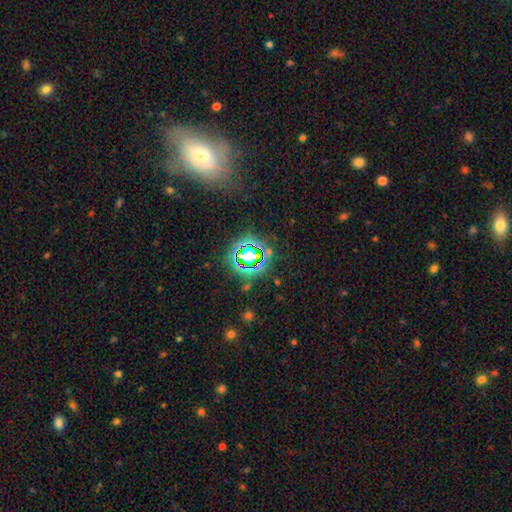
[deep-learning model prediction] Q: Smooth or featured?
A: star or artifact (66%); runner-up: smooth (21%)